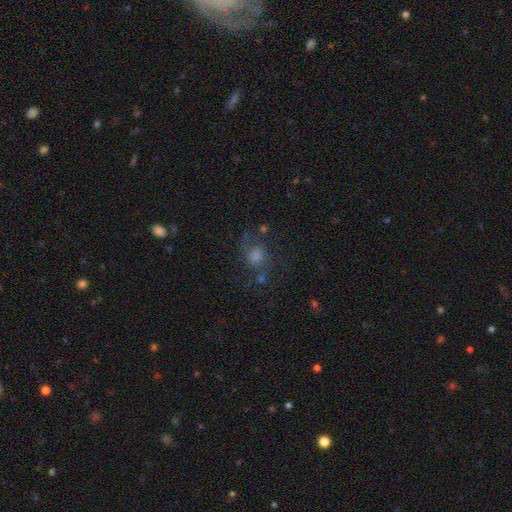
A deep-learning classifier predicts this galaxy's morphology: Smooth or featured?
  - smooth: 45% *
  - star or artifact: 28%
  - featured or disk: 27%
Merging?
  - none: 60% *
  - minor disturbance: 18%
  - major disturbance: 16%
  - merger: 6%